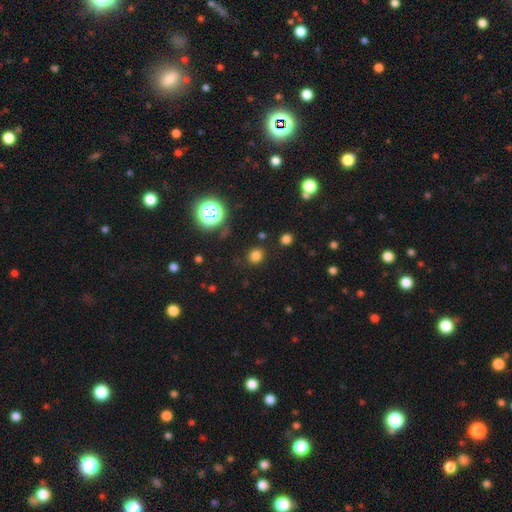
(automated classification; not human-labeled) Smooth or featured? smooth (75%)
How rounded? round (82%)
Merging? none (86%)